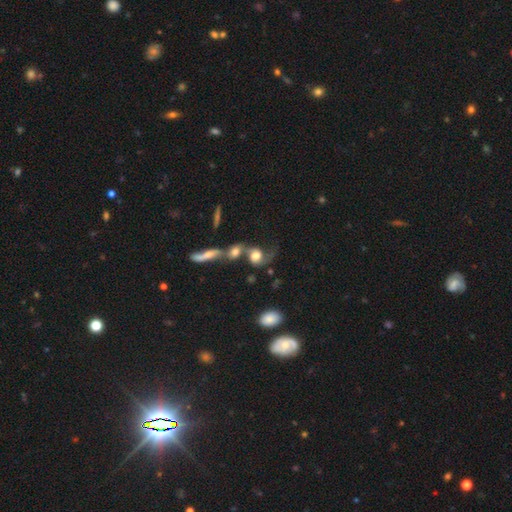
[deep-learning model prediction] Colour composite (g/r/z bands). It shows a smooth galaxy with no disk features (46%). Merging: merger (53%).